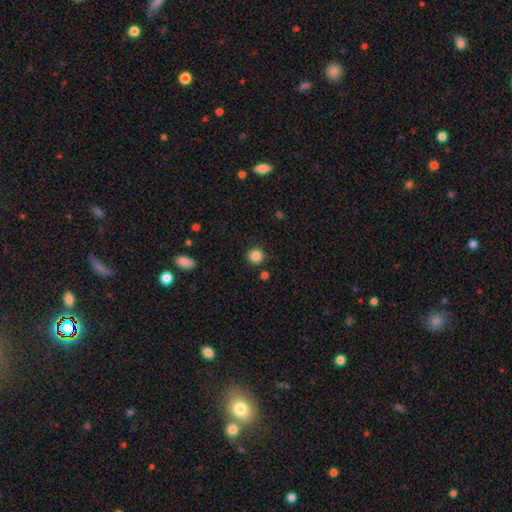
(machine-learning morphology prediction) Smooth or featured: smooth — 86% (star or artifact — 11%)
How rounded: round — 94% (in between — 5%)
Merging: none — 89% (minor disturbance — 6%)